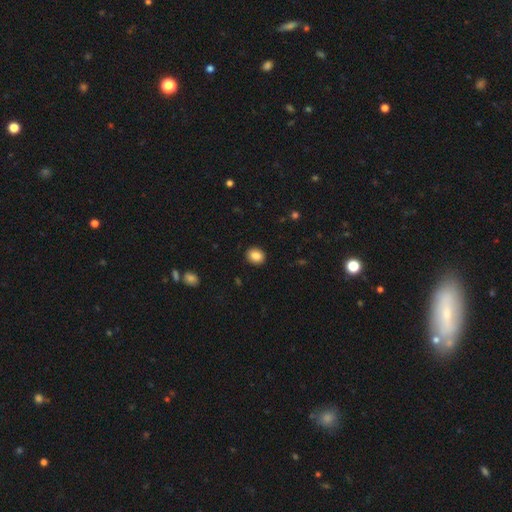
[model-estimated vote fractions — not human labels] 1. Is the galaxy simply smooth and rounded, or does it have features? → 87% smooth, 9% star or artifact, 5% featured or disk.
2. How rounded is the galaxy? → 58% round, 41% in between, 1% cigar-shaped.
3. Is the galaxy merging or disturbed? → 91% none, 6% minor disturbance, 2% major disturbance, 1% merger.